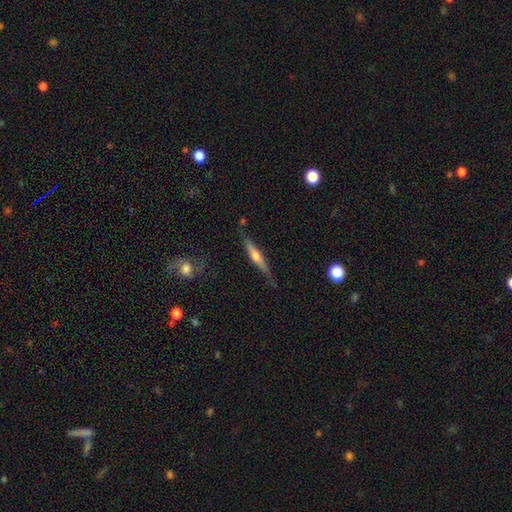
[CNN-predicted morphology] This appears to be a featured or disk galaxy (60%) viewed edge-on (95%) with a rounded central bulge (79%). Merging: none (75%).